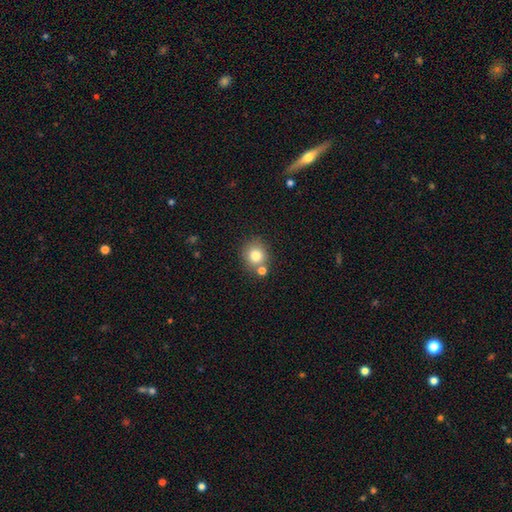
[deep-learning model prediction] Q: Smooth or featured?
A: smooth (80%); runner-up: star or artifact (11%)
Q: How rounded?
A: round (84%); runner-up: in between (15%)
Q: Merging?
A: none (69%); runner-up: merger (18%)